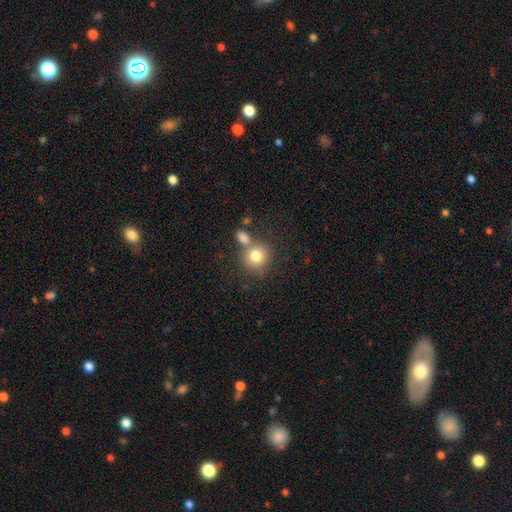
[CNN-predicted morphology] Smooth or featured?
  - smooth: 80% *
  - star or artifact: 10%
  - featured or disk: 10%
How rounded?
  - round: 87% *
  - in between: 12%
  - cigar-shaped: 1%
Merging?
  - none: 58% *
  - merger: 27%
  - minor disturbance: 10%
  - major disturbance: 4%